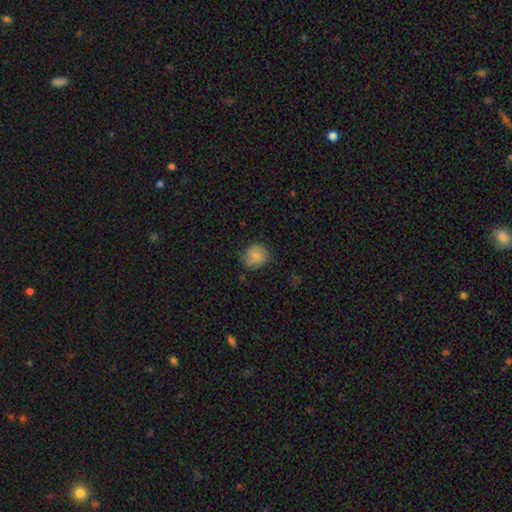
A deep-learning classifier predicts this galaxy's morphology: Q: Smooth or featured?
A: smooth (80%); runner-up: featured or disk (12%)
Q: How rounded?
A: round (81%); runner-up: in between (18%)
Q: Merging?
A: none (73%); runner-up: minor disturbance (21%)